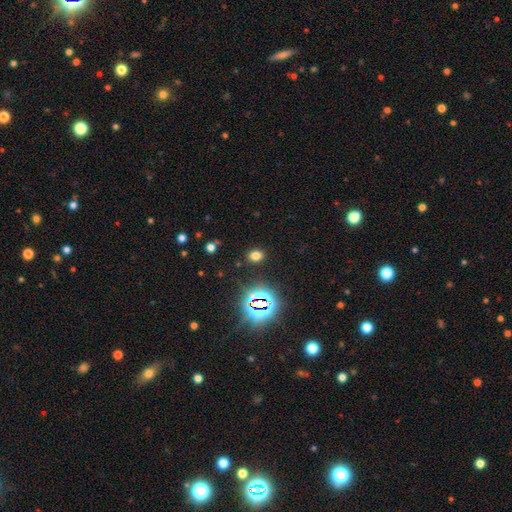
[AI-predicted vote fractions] The model was most divided on "how rounded": in between: 60%, round: 39%, cigar-shaped: 1%. More confident: merging — none (87%); smooth or featured — smooth (66%).